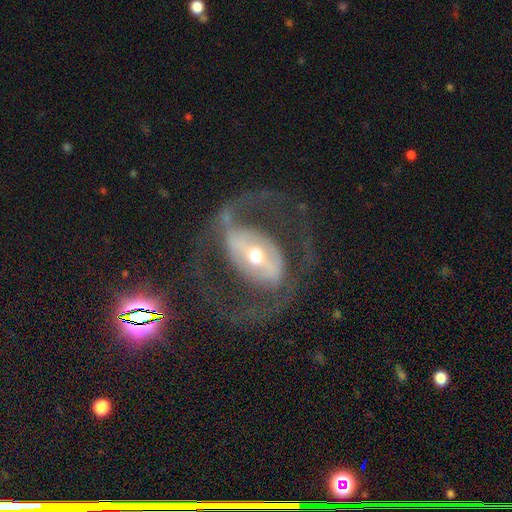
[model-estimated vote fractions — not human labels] This is clearly a featured or disk galaxy (83%). It is clearly not viewed edge-on (95%). Bar: possibly strong (47%). Spiral arm pattern: likely yes (78%). Spiral arm count: clearly 2 (86%). Spiral winding: possibly medium (53%). Central bulge: likely moderate (61%). Merging: likely none (64%).